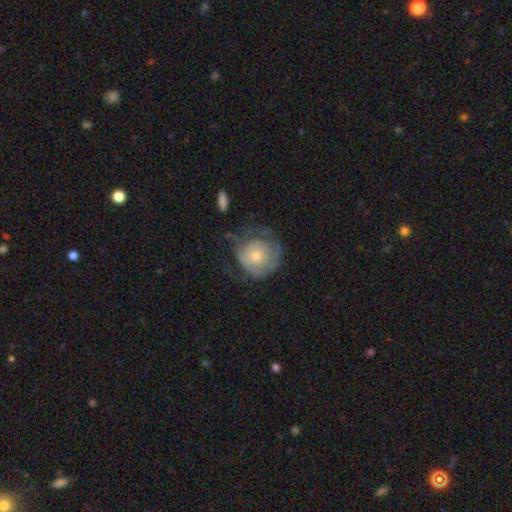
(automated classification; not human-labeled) Overall: featured or disk (48%; smooth 45%). Merging: none (47%; minor disturbance 26%).